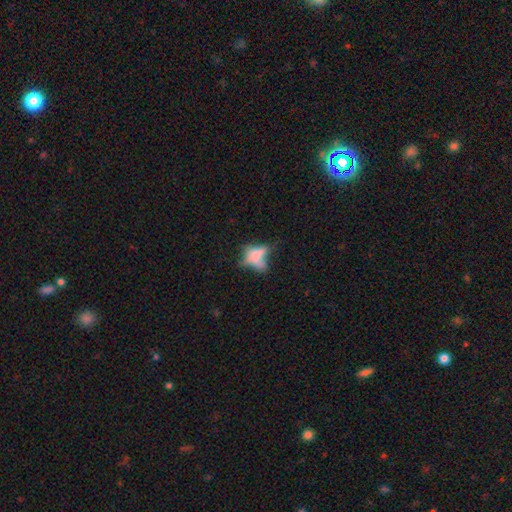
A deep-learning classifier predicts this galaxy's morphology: Smooth or featured? smooth (52%)
How rounded? in between (68%)
Merging? none (33%)